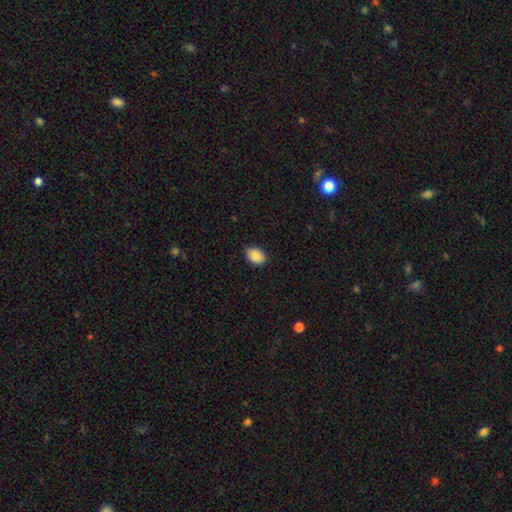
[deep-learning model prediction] Overall: smooth (89%). How rounded: in between (77%). Merging: none (84%).